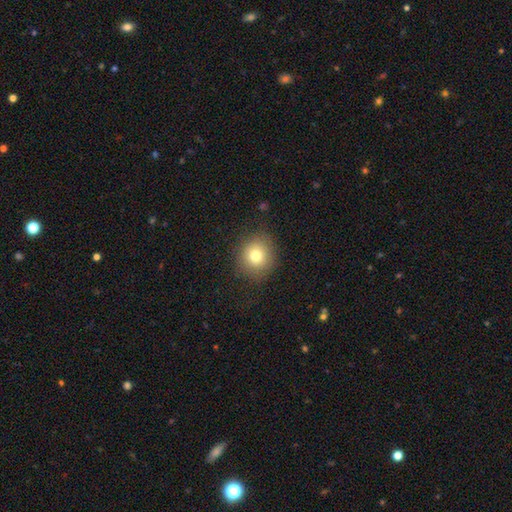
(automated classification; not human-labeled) The model was most divided on "smooth or featured": smooth: 77%, star or artifact: 12%, featured or disk: 11%. More confident: how rounded — round (85%); merging — none (84%).